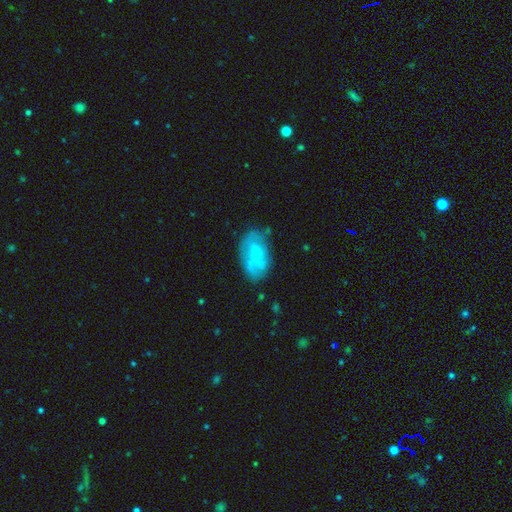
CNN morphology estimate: Overall: featured or disk (52%; smooth 40%). Edge-on disk: no (96%). Bar: no (79%). Spiral arms: yes (55%; no 45%). Bulge size: small (66%). Merging: none (59%; minor disturbance 26%).